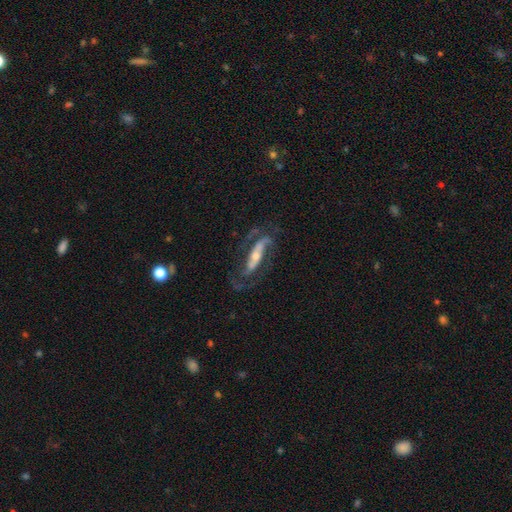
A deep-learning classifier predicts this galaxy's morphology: Smooth or featured?
  - featured or disk: 81% *
  - smooth: 11%
  - star or artifact: 8%
Edge-on disk?
  - no: 73% *
  - yes: 27%
Bar?
  - strong: 48% *
  - weak: 28%
  - no: 24%
Spiral arms?
  - yes: 89% *
  - no: 11%
Spiral winding?
  - medium: 44% *
  - loose: 28%
  - tight: 28%
Spiral arm count?
  - 2: 78% *
  - can't tell: 12%
  - 1: 4%
  - 3: 3%
  - 4: 2%
  - more than 4: 2%
Bulge size?
  - moderate: 46% *
  - small: 43%
  - large: 6%
  - none: 4%
  - dominant: 2%
Merging?
  - none: 66% *
  - minor disturbance: 17%
  - major disturbance: 14%
  - merger: 2%